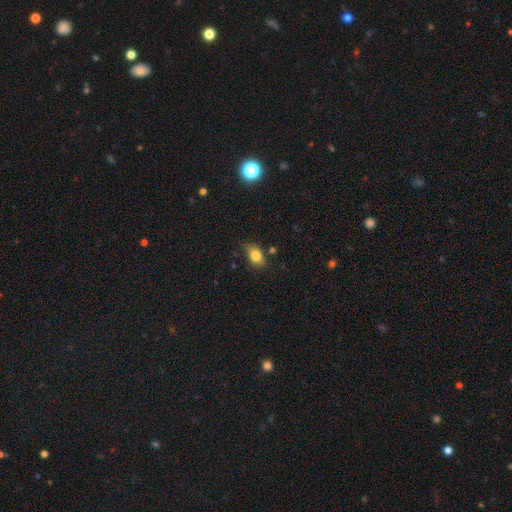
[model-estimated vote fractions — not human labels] Smooth or featured?
  - smooth: 82% *
  - featured or disk: 9%
  - star or artifact: 9%
How rounded?
  - in between: 84% *
  - round: 13%
  - cigar-shaped: 3%
Merging?
  - none: 73% *
  - minor disturbance: 20%
  - major disturbance: 4%
  - merger: 3%